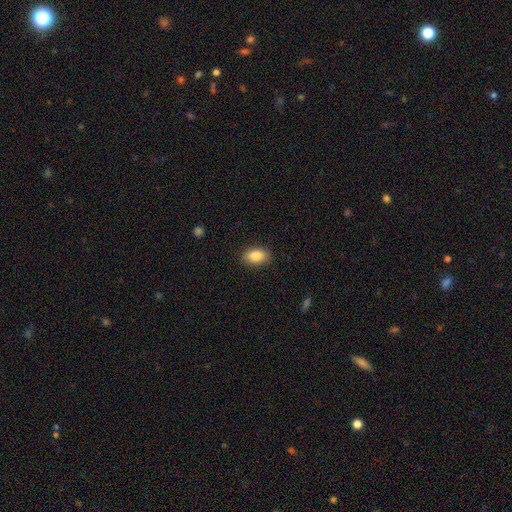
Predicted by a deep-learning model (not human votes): smooth_or_featured: smooth (p=0.86) [alt: star or artifact p=0.07]
how_rounded: in between (p=0.90) [alt: round p=0.07]
merging: none (p=0.88) [alt: minor disturbance p=0.09]